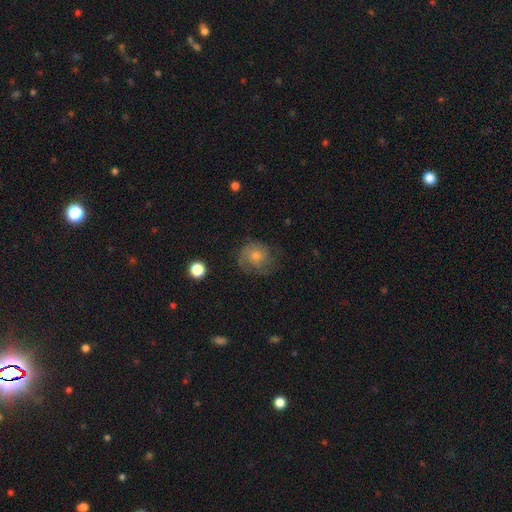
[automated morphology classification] The model was most divided on "bulge size": small: 47%, moderate: 44%, none: 4%, large: 4%, dominant: 1%. Remaining: edge-on disk — no (97%); spiral arms — yes (88%); bar — no (80%); merging — none (68%); smooth or featured — featured or disk (60%); spiral winding — tight (52%); spiral arm count — can't tell (35%).